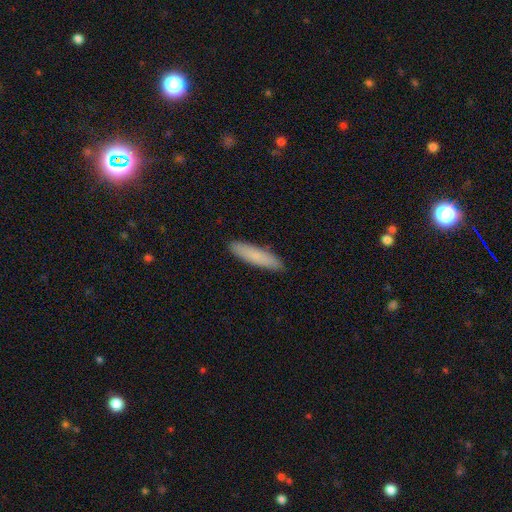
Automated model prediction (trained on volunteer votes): Smooth or featured: smooth — 82% (featured or disk — 12%)
How rounded: cigar-shaped — 81% (in between — 18%)
Merging: none — 90% (minor disturbance — 7%)